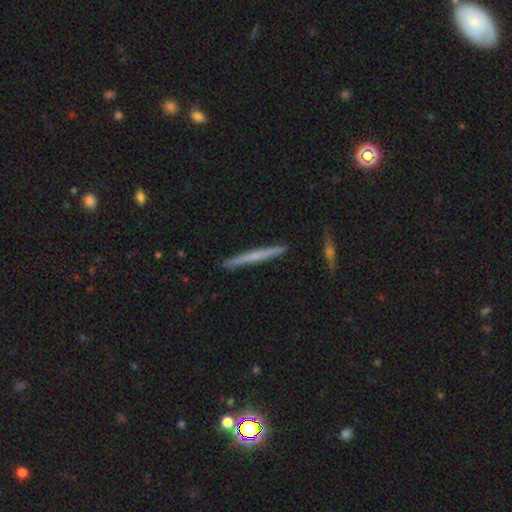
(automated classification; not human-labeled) Overall: featured or disk (56%; smooth 38%). Edge-on disk: yes (97%). Edge-on bulge: none (55%; rounded 39%). Merging: none (90%).